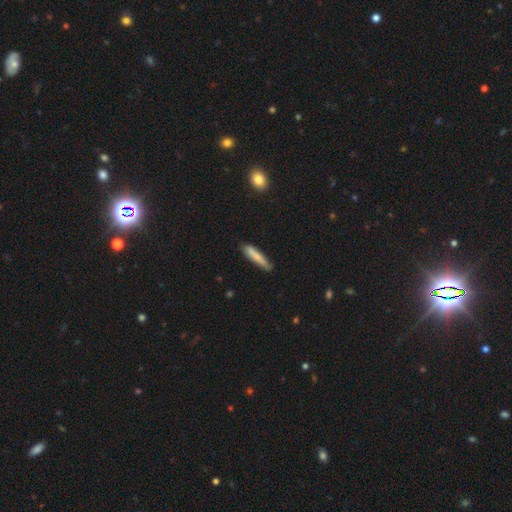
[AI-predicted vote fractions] Smooth or featured: smooth — 76% (featured or disk — 18%)
How rounded: cigar-shaped — 87% (in between — 12%)
Merging: none — 77% (minor disturbance — 18%)